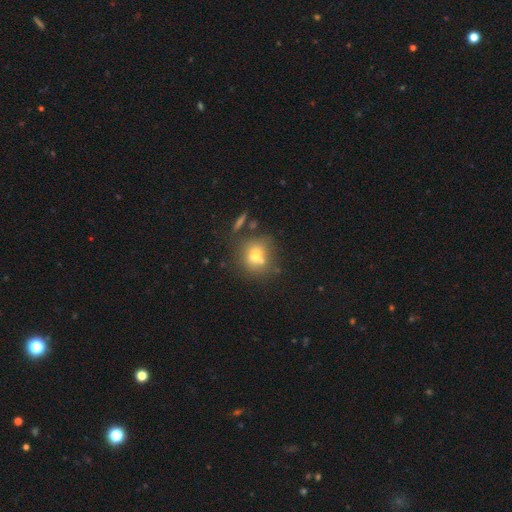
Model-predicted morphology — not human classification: Smooth or featured: smooth — 70% (featured or disk — 17%)
How rounded: round — 85% (in between — 14%)
Merging: none — 61% (merger — 22%)